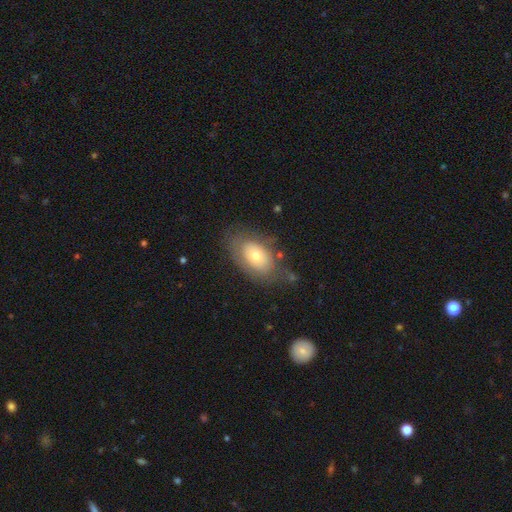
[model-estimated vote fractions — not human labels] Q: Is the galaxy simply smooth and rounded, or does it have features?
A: smooth — 56%.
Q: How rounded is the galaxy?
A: in between — 87%.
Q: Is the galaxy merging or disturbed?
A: none — 64%.